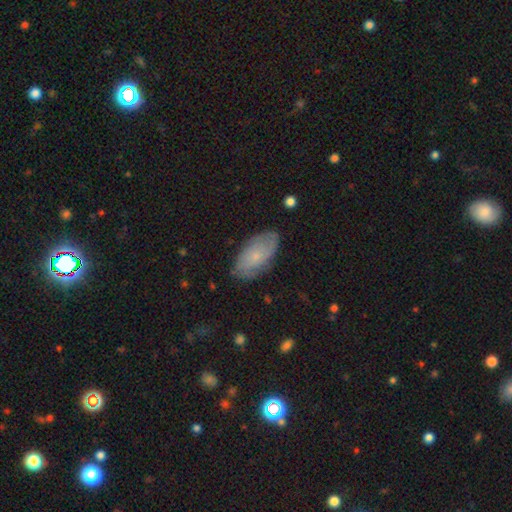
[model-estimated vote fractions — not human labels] Overall: smooth (54%; featured or disk 39%). How rounded: in between (93%). Merging: none (78%).